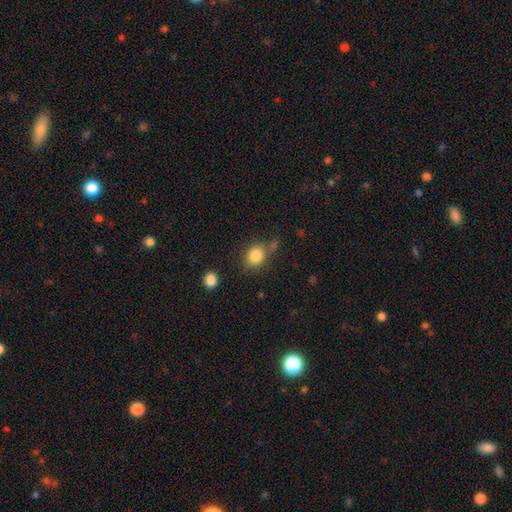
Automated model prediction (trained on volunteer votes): smooth-or-featured: smooth: 84% | star or artifact: 10% | featured or disk: 6%
  how-rounded: round: 57% | in between: 41% | cigar-shaped: 1%
  merging: none: 66% | minor disturbance: 18% | merger: 10% | major disturbance: 6%